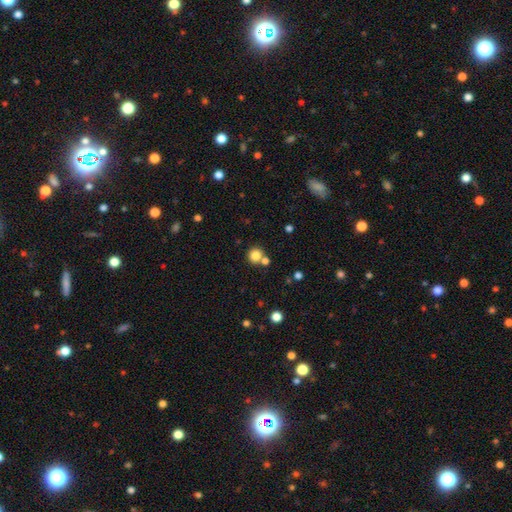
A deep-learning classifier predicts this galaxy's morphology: Smooth or featured? Predicted: smooth (p=0.82). How rounded? Predicted: round (p=0.90). Merging? Predicted: none (p=0.65).